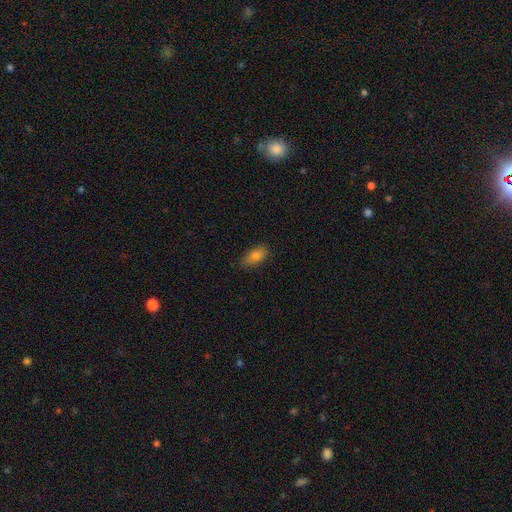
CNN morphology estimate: Smooth or featured? smooth (81%)
How rounded? in between (86%)
Merging? none (83%)